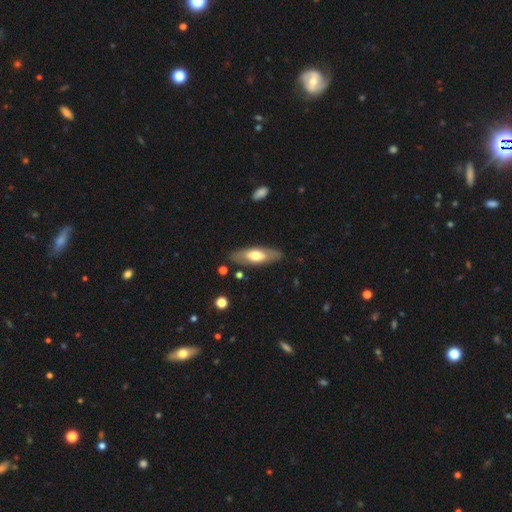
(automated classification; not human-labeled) A smooth galaxy with no disk features (53%) that is in between round and cigar-shaped (63%). Merging: none (83%).